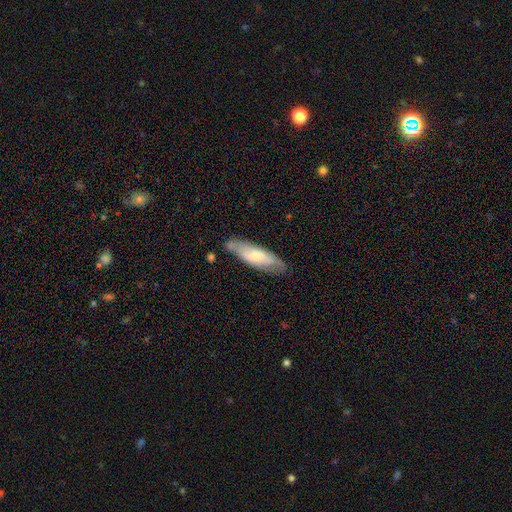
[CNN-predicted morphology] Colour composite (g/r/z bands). It shows a smooth galaxy with no disk features (52%) that is cigar-shaped (50%). Merging: none (71%).